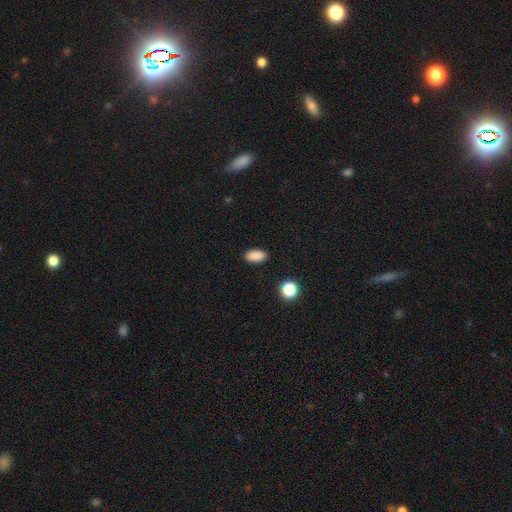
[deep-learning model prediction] A smooth galaxy with no disk features (88%) that is in between round and cigar-shaped (91%). Merging: none (89%).